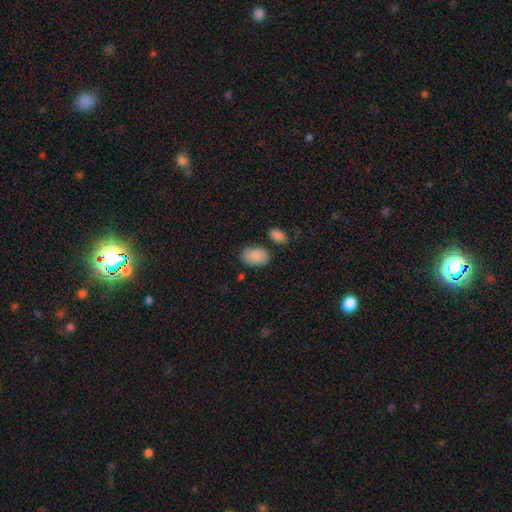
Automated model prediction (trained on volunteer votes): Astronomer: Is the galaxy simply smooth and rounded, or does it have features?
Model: smooth — 89%.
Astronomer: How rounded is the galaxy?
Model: in between — 91%.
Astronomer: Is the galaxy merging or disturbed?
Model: none — 78%.